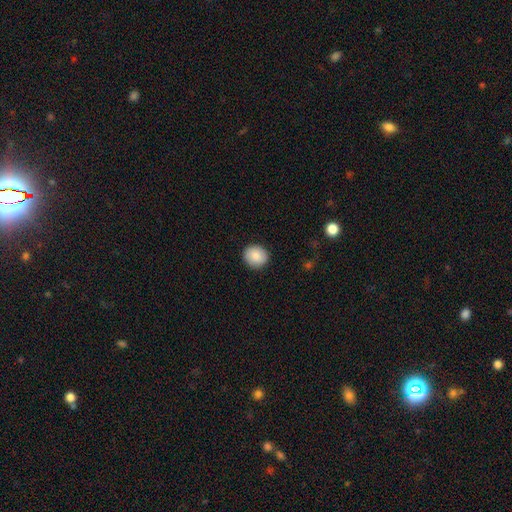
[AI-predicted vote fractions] This appears to be a smooth galaxy with no disk features (87%) that is round (84%). Merging: none (91%).